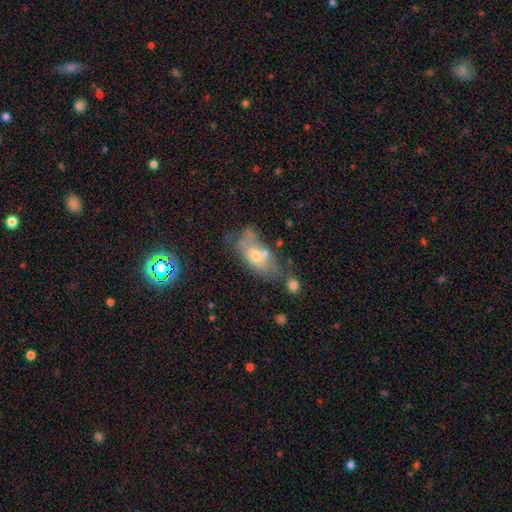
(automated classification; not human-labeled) smooth_or_featured: smooth (p=0.52) [alt: featured or disk p=0.37]
how_rounded: in between (p=0.84) [alt: cigar-shaped p=0.10]
merging: none (p=0.37) [alt: merger p=0.24]